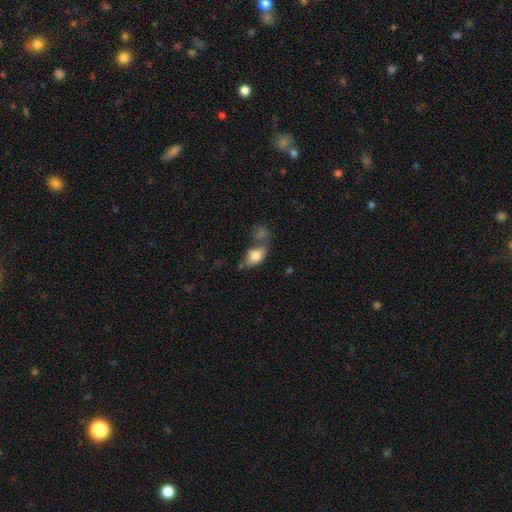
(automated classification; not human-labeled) Smooth or featured?
  - smooth: 80% *
  - featured or disk: 13%
  - star or artifact: 7%
How rounded?
  - in between: 87% *
  - round: 10%
  - cigar-shaped: 3%
Merging?
  - none: 38% *
  - merger: 36%
  - minor disturbance: 16%
  - major disturbance: 9%